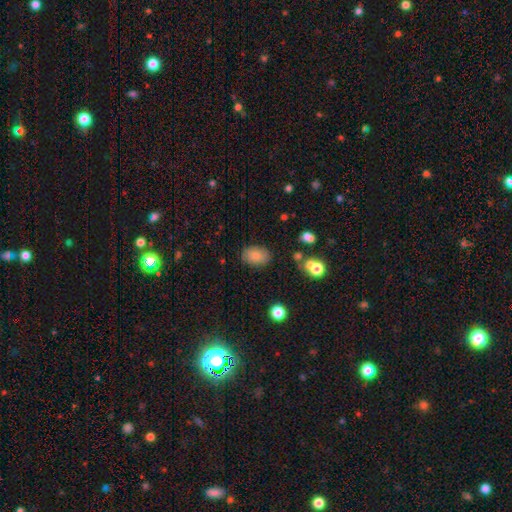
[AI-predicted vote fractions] Overall: smooth (82%). How rounded: in between (84%). Merging: none (82%).